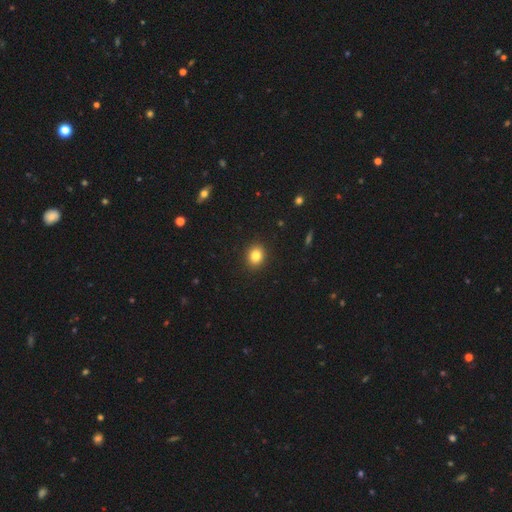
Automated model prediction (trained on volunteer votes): A smooth galaxy with no disk features (83%) that is round (61%).

Vote fractions:
- Smooth or featured? smooth: 83% / star or artifact: 11% / featured or disk: 6%
- How rounded? round: 61% / in between: 38% / cigar-shaped: 1%
- Merging? none: 91% / minor disturbance: 6% / major disturbance: 2% / merger: 1%